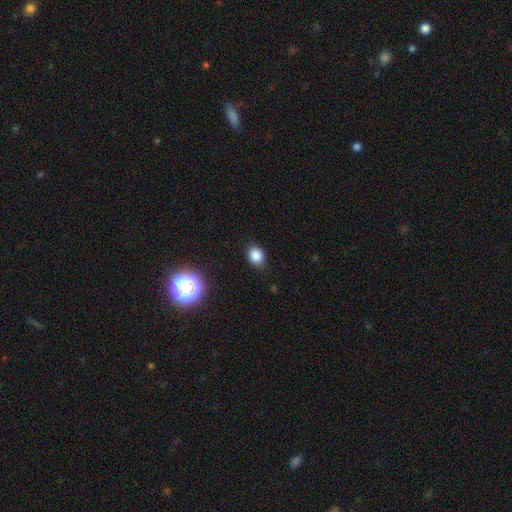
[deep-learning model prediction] Overall: smooth (83%). How rounded: in between (56%; round 43%). Merging: none (86%).